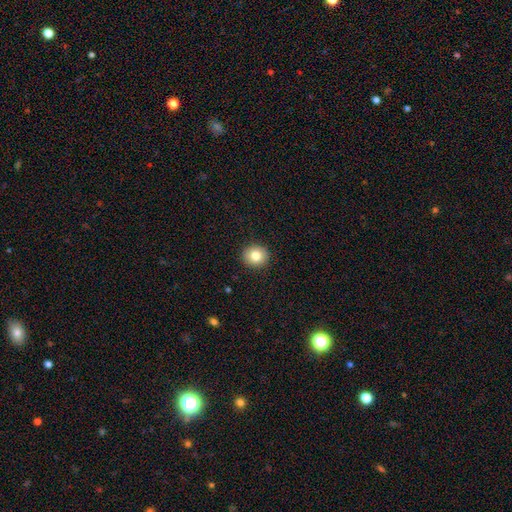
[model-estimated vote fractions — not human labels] A smooth galaxy with no disk features (81%) that is round (88%).

Vote fractions:
- Smooth or featured? smooth: 81% / featured or disk: 10% / star or artifact: 10%
- How rounded? round: 88% / in between: 11% / cigar-shaped: 1%
- Merging? none: 92% / minor disturbance: 5% / major disturbance: 2% / merger: 1%